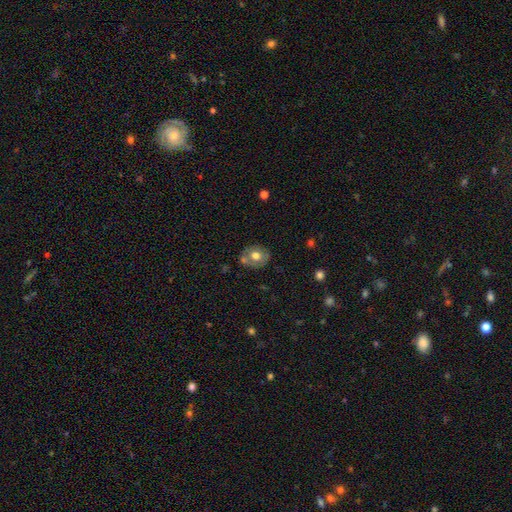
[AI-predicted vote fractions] smooth-or-featured: smooth: 62% | featured or disk: 30% | star or artifact: 8%
  how-rounded: round: 62% | in between: 37% | cigar-shaped: 1%
  merging: none: 65% | minor disturbance: 17% | merger: 13% | major disturbance: 5%